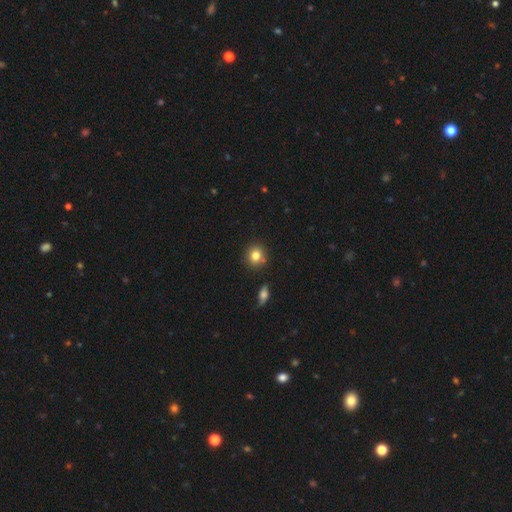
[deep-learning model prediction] smooth 82%, star or artifact 10%, featured or disk 8%. Down the decision tree: how rounded — round (84%); merging — none (83%).